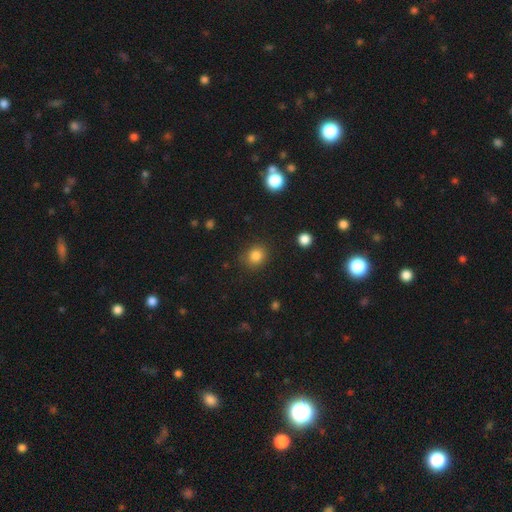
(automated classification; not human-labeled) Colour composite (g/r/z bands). It shows a smooth galaxy with no disk features (84%) that is round (77%). Merging: none (86%).